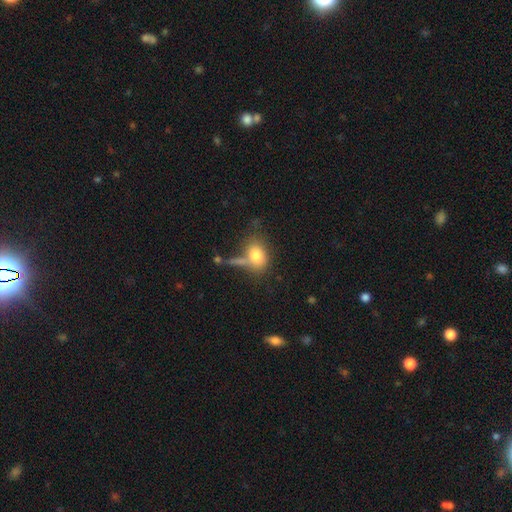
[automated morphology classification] This appears to be a smooth galaxy with no disk features (78%) that is in between round and cigar-shaped (62%). Merging: none (48%).